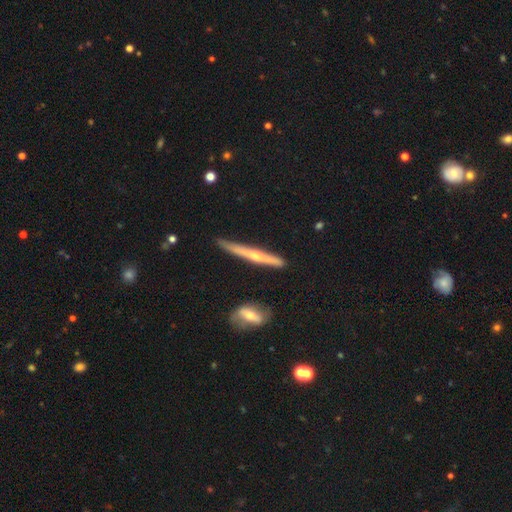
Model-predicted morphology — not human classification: Smooth or featured? featured or disk (62%)
Edge-on disk? yes (96%)
Edge-on bulge? rounded (68%)
Merging? none (81%)